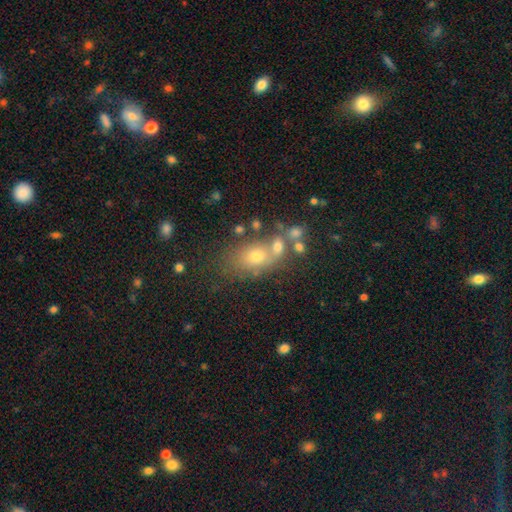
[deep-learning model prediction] This is possibly a smooth galaxy (55%). How rounded: possibly in between (56%). Merging: possibly none (55%).